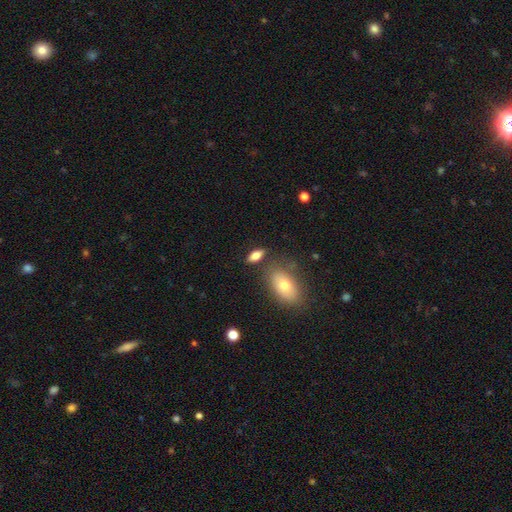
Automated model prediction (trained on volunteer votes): This appears to be a smooth galaxy with no disk features (74%) that is in between round and cigar-shaped (78%). Merging: none (75%).